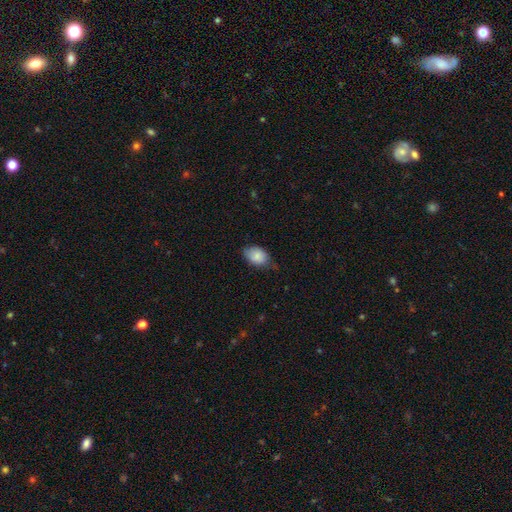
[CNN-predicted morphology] A smooth galaxy with no disk features (85%) that is in between round and cigar-shaped (81%).

Vote fractions:
- Smooth or featured? smooth: 85% / featured or disk: 8% / star or artifact: 7%
- How rounded? in between: 81% / round: 18% / cigar-shaped: 1%
- Merging? none: 62% / minor disturbance: 31% / major disturbance: 5% / merger: 1%